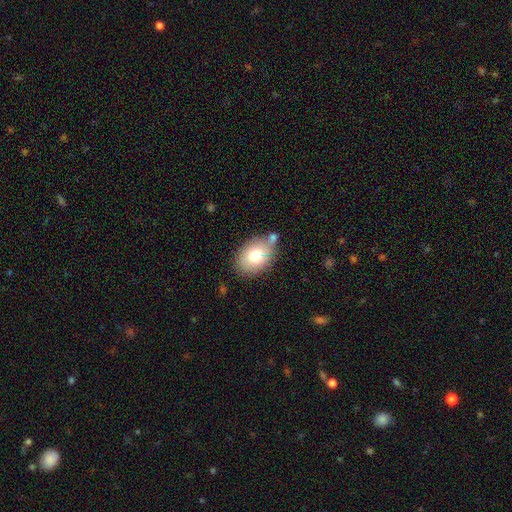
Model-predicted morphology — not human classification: smooth 77%, featured or disk 15%, star or artifact 8%. Down the decision tree: how rounded — in between (77%); merging — none (67%).